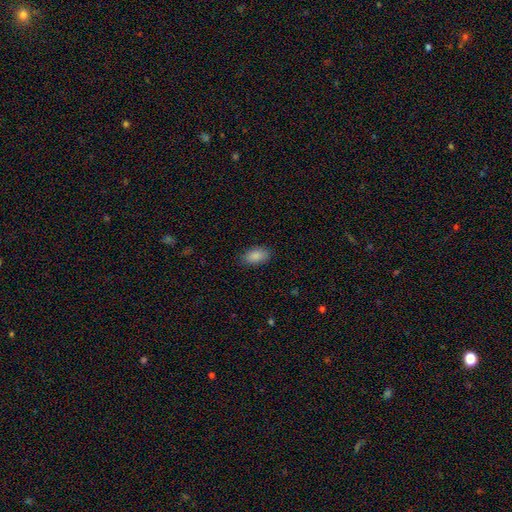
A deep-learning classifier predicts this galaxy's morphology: type=smooth (88%); roundness=in between (93%); merging=none (86%).